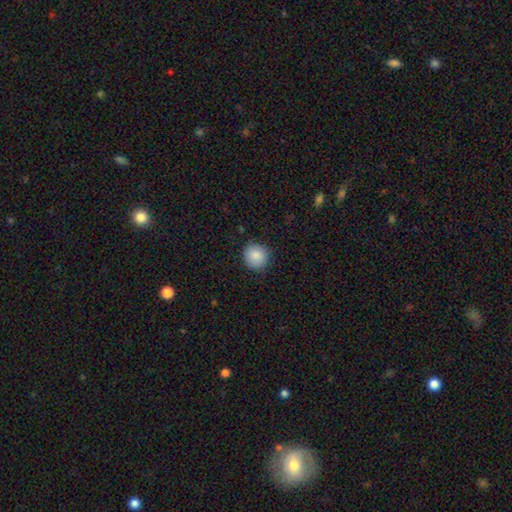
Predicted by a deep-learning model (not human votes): A smooth galaxy with no disk features (88%) that is round (90%).

Vote fractions:
- Smooth or featured? smooth: 88% / star or artifact: 8% / featured or disk: 5%
- How rounded? round: 90% / in between: 9% / cigar-shaped: 1%
- Merging? none: 87% / minor disturbance: 10% / major disturbance: 2% / merger: 1%